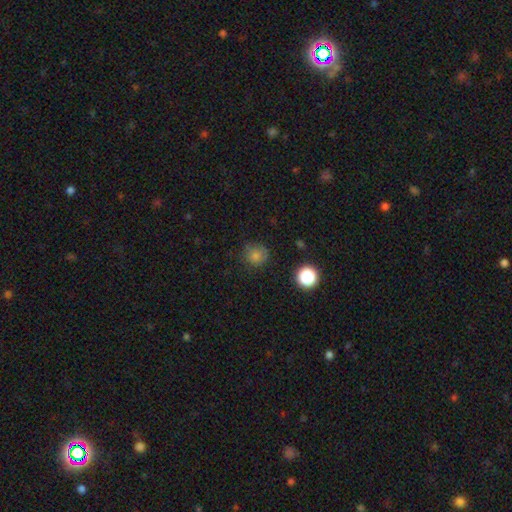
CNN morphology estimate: smooth-or-featured: smooth: 75% | star or artifact: 17% | featured or disk: 9%
  how-rounded: round: 89% | in between: 10% | cigar-shaped: 1%
  merging: none: 77% | minor disturbance: 17% | major disturbance: 5% | merger: 2%